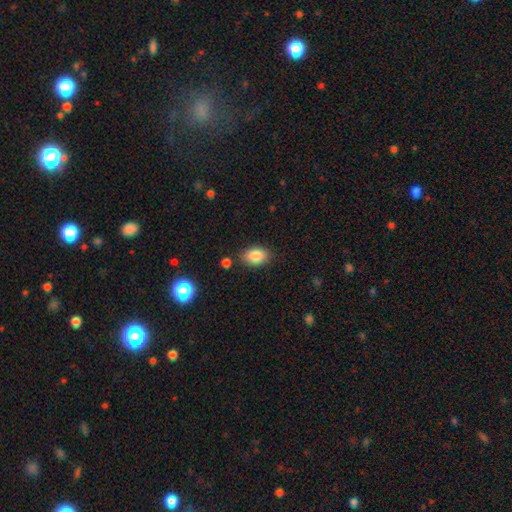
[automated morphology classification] smooth_or_featured: smooth (p=0.86) [alt: star or artifact p=0.09]
how_rounded: in between (p=0.81) [alt: round p=0.17]
merging: none (p=0.81) [alt: minor disturbance p=0.13]